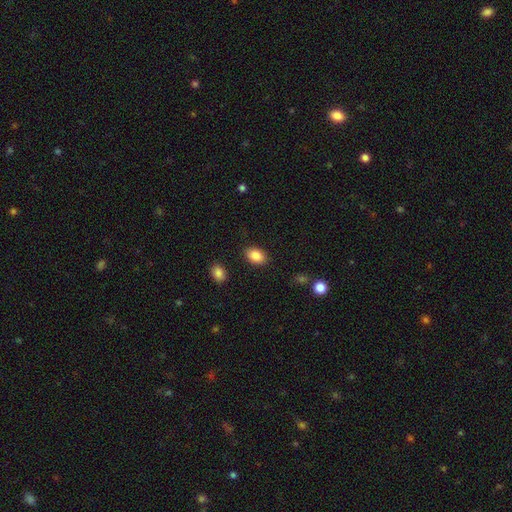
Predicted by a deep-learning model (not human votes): Overall: smooth (86%). How rounded: in between (86%). Merging: none (87%).